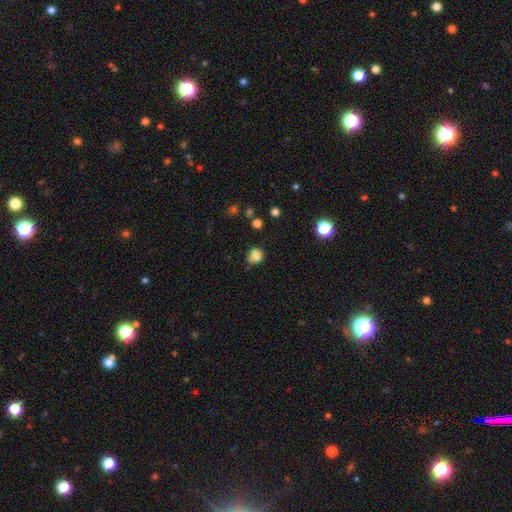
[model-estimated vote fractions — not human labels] A smooth galaxy with no disk features (81%) that is round (72%).

Vote fractions:
- Smooth or featured? smooth: 81% / star or artifact: 12% / featured or disk: 6%
- How rounded? round: 72% / in between: 27% / cigar-shaped: 1%
- Merging? none: 62% / minor disturbance: 25% / merger: 7% / major disturbance: 6%